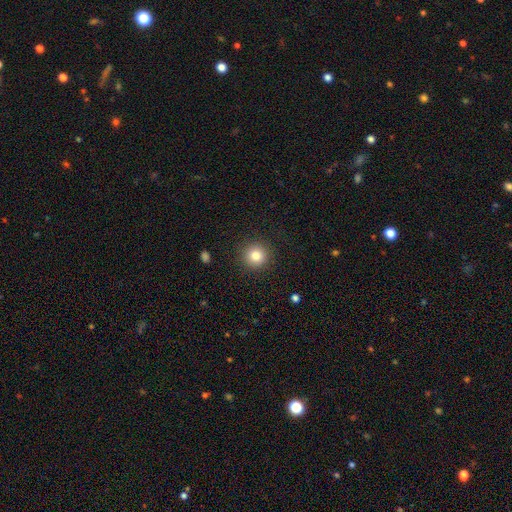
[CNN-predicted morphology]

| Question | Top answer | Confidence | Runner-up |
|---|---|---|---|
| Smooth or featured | smooth | 82% | star or artifact (11%) |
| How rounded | round | 94% | in between (5%) |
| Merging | none | 91% | minor disturbance (6%) |